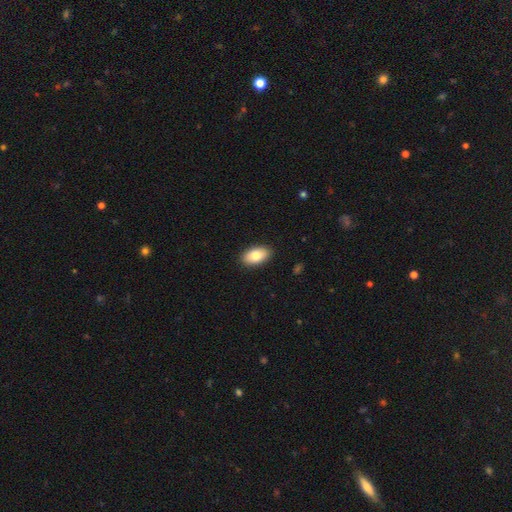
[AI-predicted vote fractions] Q: Smooth or featured?
A: smooth (81%); runner-up: featured or disk (12%)
Q: How rounded?
A: in between (94%); runner-up: round (5%)
Q: Merging?
A: none (90%); runner-up: minor disturbance (7%)